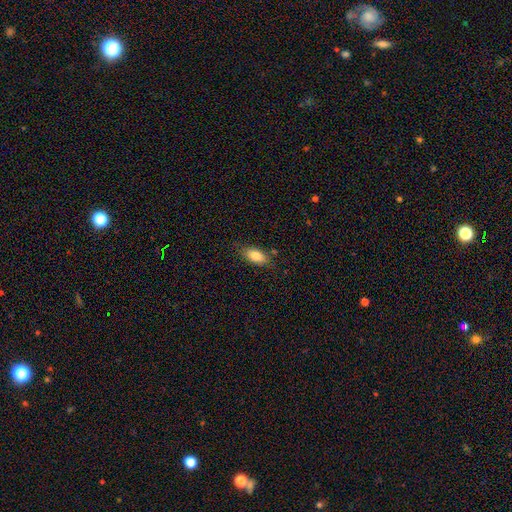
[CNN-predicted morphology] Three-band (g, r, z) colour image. It shows a smooth galaxy with no disk features (84%) that is in between round and cigar-shaped (89%). Merging: none (78%).